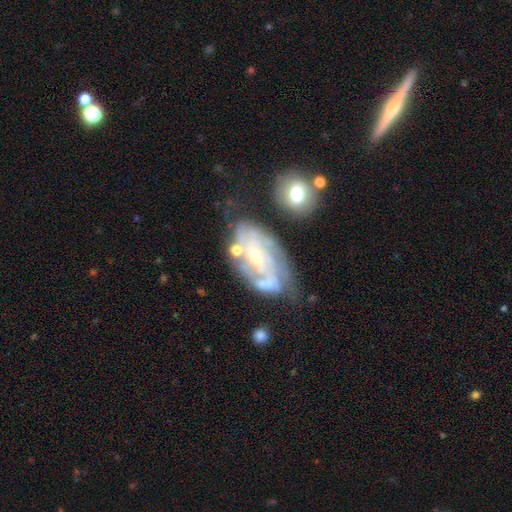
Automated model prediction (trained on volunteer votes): A featured or disk galaxy (82%) with a weak bar (45%), tight (55%) spiral arms (91%) and a small central bulge (51%). Merging: none (54%).